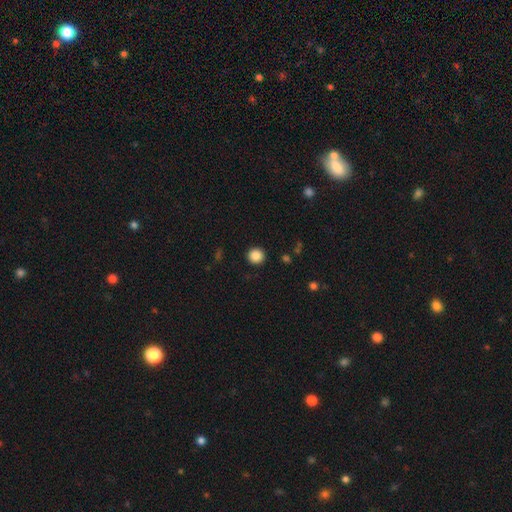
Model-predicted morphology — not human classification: Smooth or featured: smooth — 88% (star or artifact — 10%)
How rounded: round — 91% (in between — 8%)
Merging: none — 92% (minor disturbance — 5%)